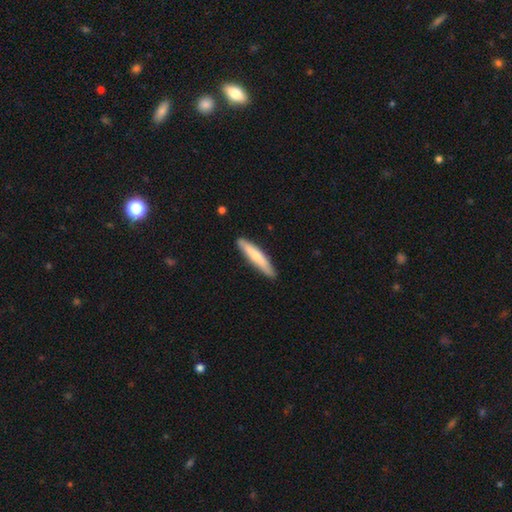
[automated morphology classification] Smooth or featured? Predicted: smooth (p=0.70). How rounded? Predicted: cigar-shaped (p=0.90). Merging? Predicted: none (p=0.87).